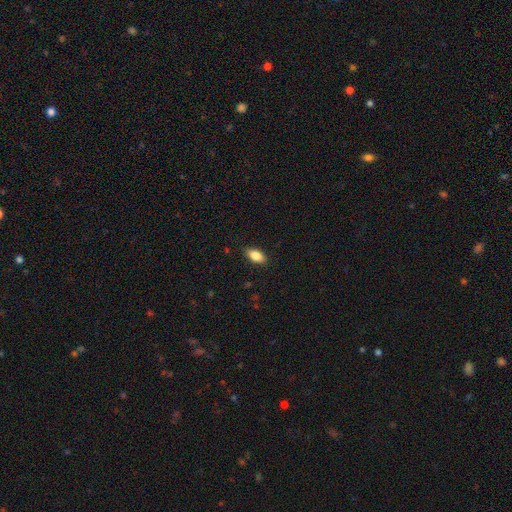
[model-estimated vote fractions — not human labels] Q: Smooth or featured?
A: smooth (85%); runner-up: star or artifact (7%)
Q: How rounded?
A: in between (90%); runner-up: cigar-shaped (6%)
Q: Merging?
A: none (86%); runner-up: minor disturbance (10%)